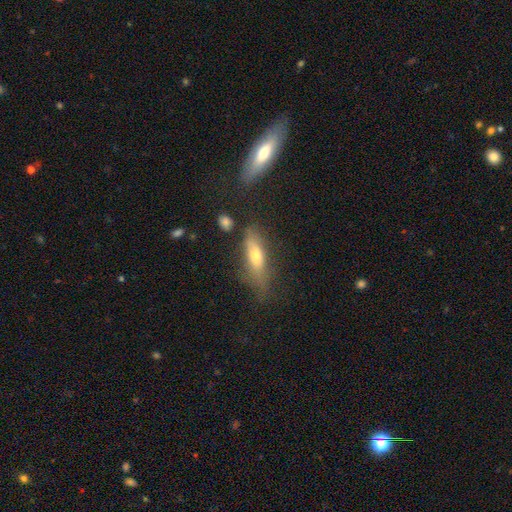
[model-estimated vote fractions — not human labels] Morphology: type=smooth (62%); roundness=cigar-shaped (48%, tied with in between); merging=none (57%).